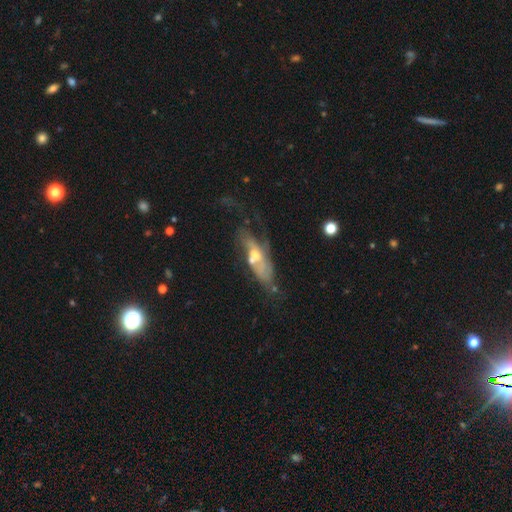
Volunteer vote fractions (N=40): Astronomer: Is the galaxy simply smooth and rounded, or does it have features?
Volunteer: featured or disk — 70%.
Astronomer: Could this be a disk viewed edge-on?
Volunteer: yes — 50%, tied with no at 50%.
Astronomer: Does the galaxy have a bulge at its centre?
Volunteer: rounded — 79%.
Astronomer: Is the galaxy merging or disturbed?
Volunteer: major disturbance — 54%.